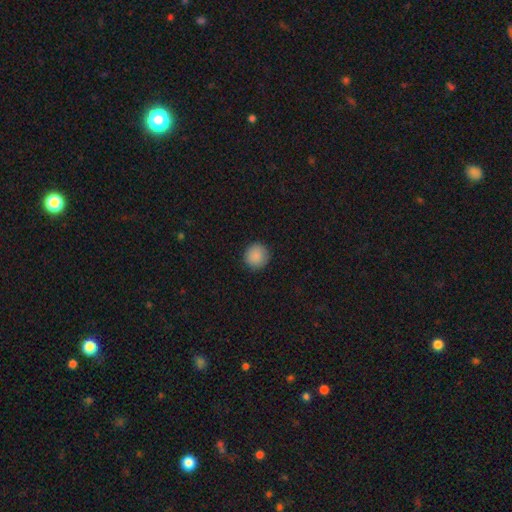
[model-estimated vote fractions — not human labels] Smooth or featured? Predicted: smooth (p=0.89). How rounded? Predicted: round (p=0.94). Merging? Predicted: none (p=0.91).